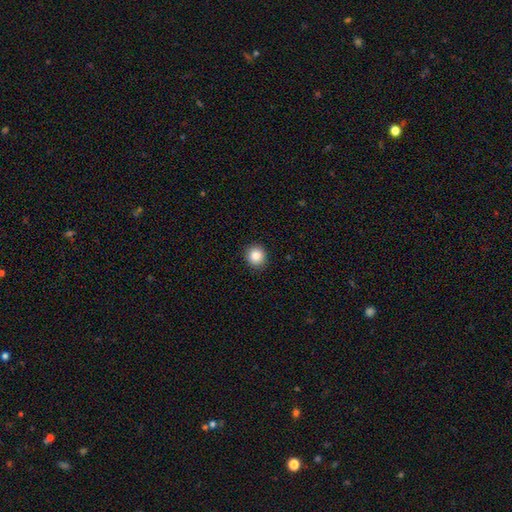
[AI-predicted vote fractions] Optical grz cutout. It shows a smooth galaxy with no disk features (86%) that is round (90%). Merging: none (92%).